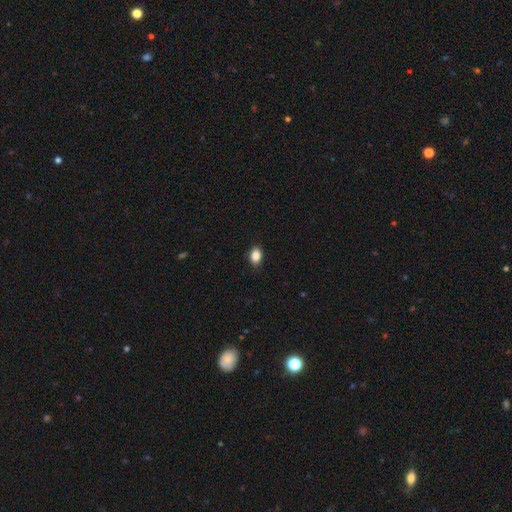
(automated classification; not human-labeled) This is clearly a smooth galaxy (87%). How rounded: likely in between (74%). Merging: clearly none (85%).